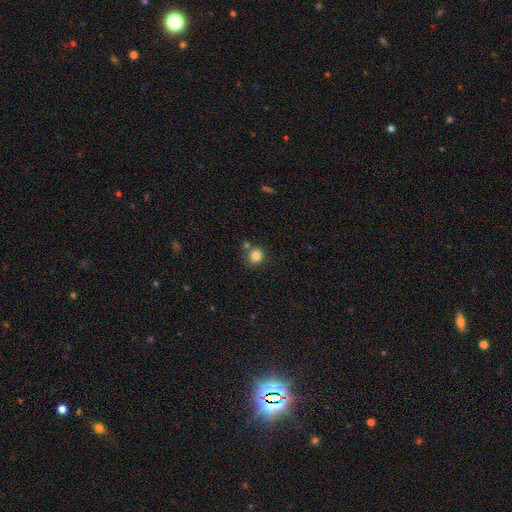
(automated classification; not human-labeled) smooth 84%, star or artifact 10%, featured or disk 6%. Down the decision tree: how rounded — round (84%); merging — none (68%).